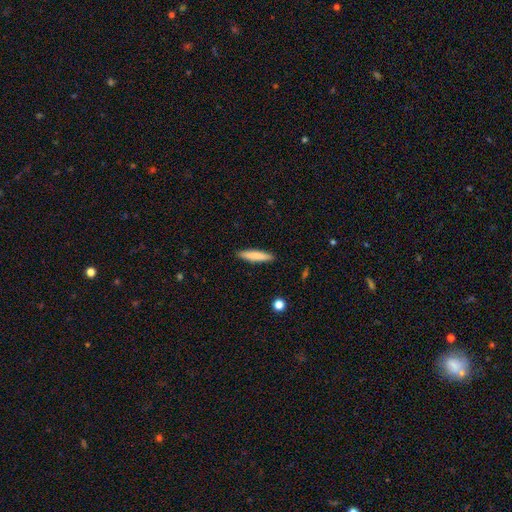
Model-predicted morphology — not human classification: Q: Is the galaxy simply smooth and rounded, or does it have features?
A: smooth — 78%.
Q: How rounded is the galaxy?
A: cigar-shaped — 87%.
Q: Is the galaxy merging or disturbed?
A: none — 91%.